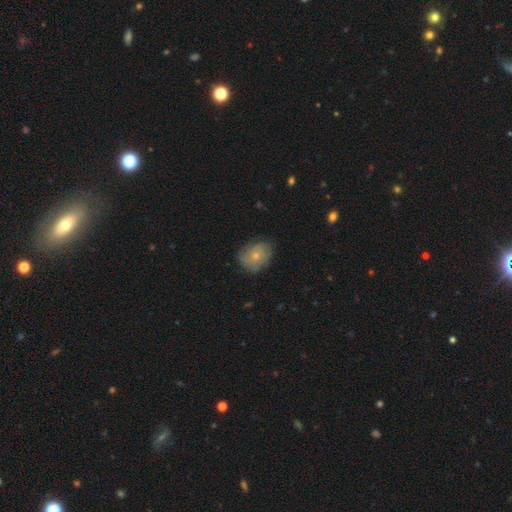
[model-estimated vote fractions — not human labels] smooth-or-featured: smooth: 62% | featured or disk: 31% | star or artifact: 8%
  how-rounded: round: 52% | in between: 47% | cigar-shaped: 1%
  merging: none: 72% | minor disturbance: 21% | major disturbance: 6% | merger: 1%